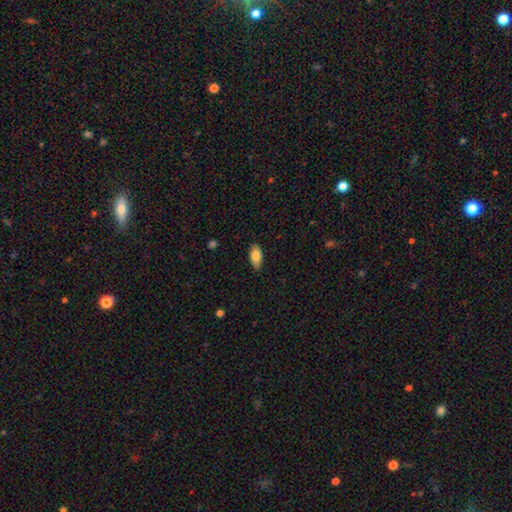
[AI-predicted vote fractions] Overall: smooth (81%). How rounded: in between (90%). Merging: none (86%).